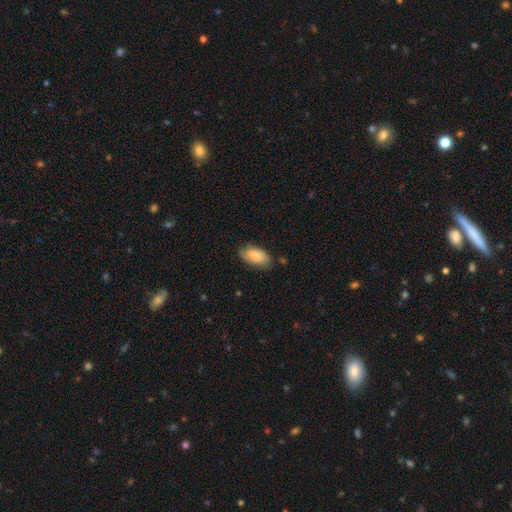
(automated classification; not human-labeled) A smooth galaxy with no disk features (84%) that is in between round and cigar-shaped (94%).

Vote fractions:
- Smooth or featured? smooth: 84% / featured or disk: 10% / star or artifact: 6%
- How rounded? in between: 94% / cigar-shaped: 3% / round: 3%
- Merging? none: 74% / minor disturbance: 21% / major disturbance: 4% / merger: 2%